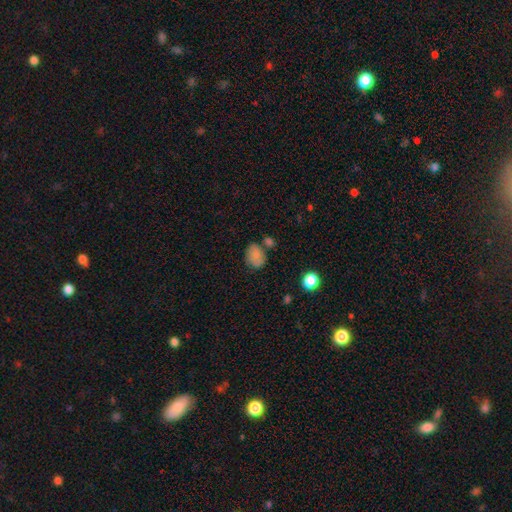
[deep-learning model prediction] Smooth or featured? Predicted: smooth (p=0.81). How rounded? Predicted: in between (p=0.63). Merging? Predicted: none (p=0.63).